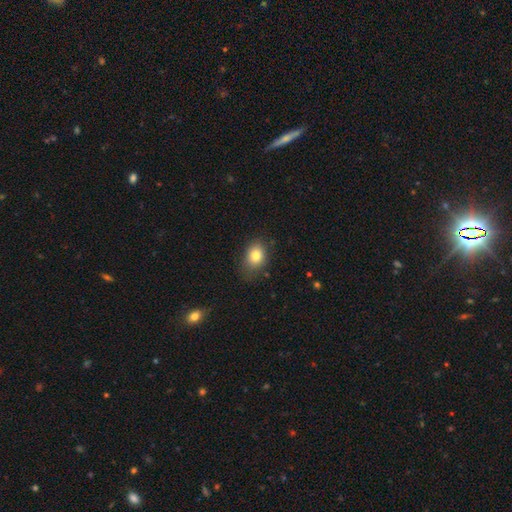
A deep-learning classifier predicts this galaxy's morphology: smooth-or-featured: smooth: 79% | star or artifact: 11% | featured or disk: 10%
  how-rounded: in between: 64% | round: 35% | cigar-shaped: 1%
  merging: none: 74% | minor disturbance: 19% | major disturbance: 5% | merger: 2%